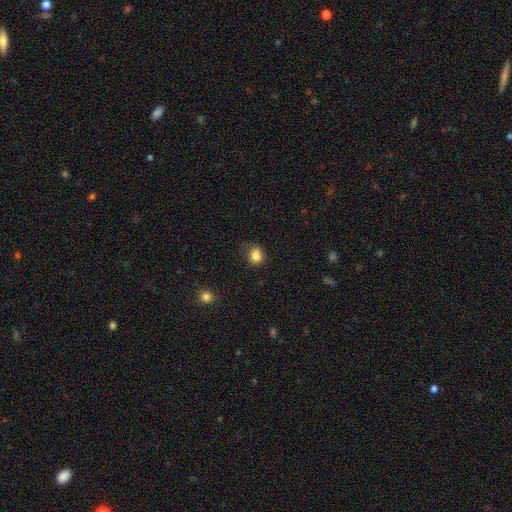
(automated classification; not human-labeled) smooth 83%, star or artifact 11%, featured or disk 5%. Down the decision tree: how rounded — round (69%); merging — none (76%).